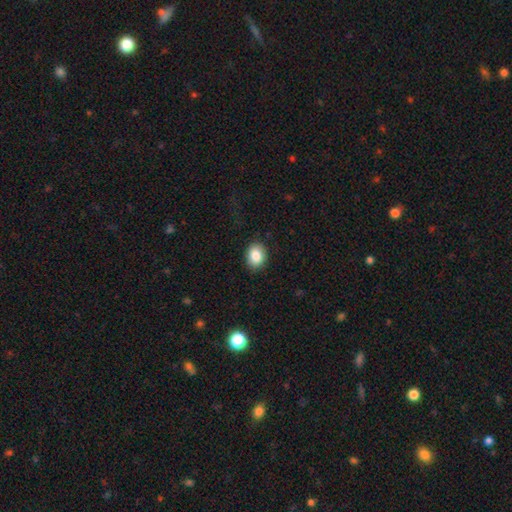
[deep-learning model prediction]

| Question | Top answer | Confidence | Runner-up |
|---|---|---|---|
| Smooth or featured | smooth | 86% | star or artifact (8%) |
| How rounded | in between | 61% | round (38%) |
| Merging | none | 86% | minor disturbance (10%) |